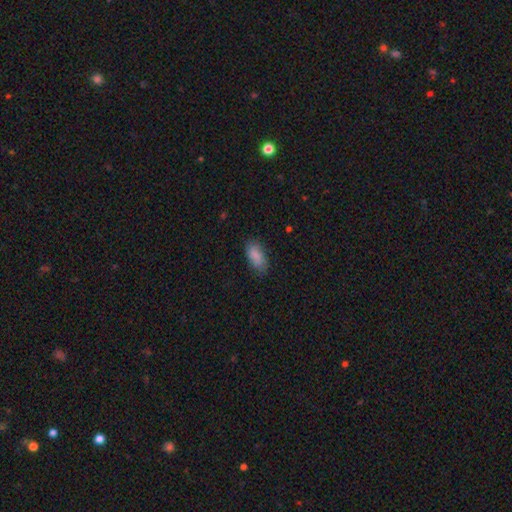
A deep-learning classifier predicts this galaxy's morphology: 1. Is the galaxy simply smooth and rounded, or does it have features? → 85% smooth, 8% featured or disk, 7% star or artifact.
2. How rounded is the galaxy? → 91% in between, 6% cigar-shaped, 3% round.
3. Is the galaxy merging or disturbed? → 74% none, 20% minor disturbance, 5% major disturbance, 1% merger.